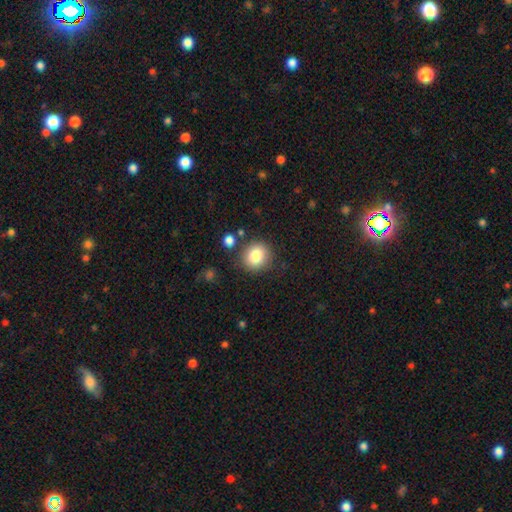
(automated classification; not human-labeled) Q: Smooth or featured?
A: smooth (83%); runner-up: star or artifact (10%)
Q: How rounded?
A: round (86%); runner-up: in between (13%)
Q: Merging?
A: none (84%); runner-up: minor disturbance (9%)